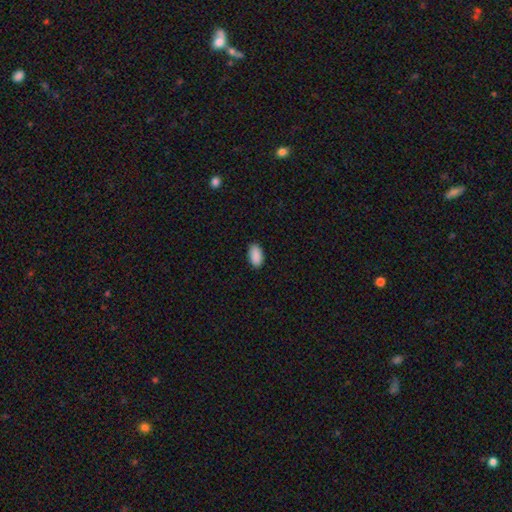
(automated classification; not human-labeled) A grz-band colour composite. It shows a smooth galaxy with no disk features (90%) that is in between round and cigar-shaped (94%). Merging: none (88%).